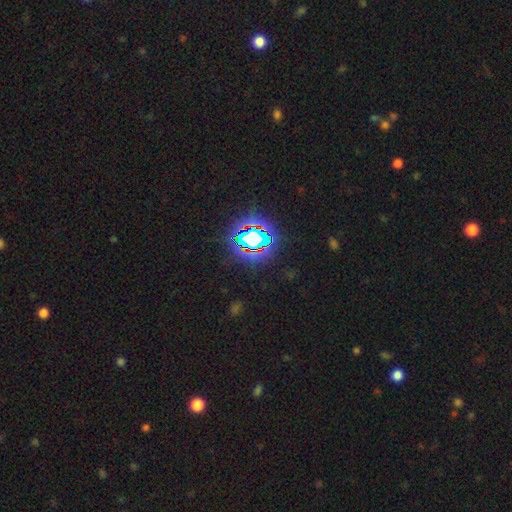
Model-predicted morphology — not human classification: Q: Smooth or featured?
A: star or artifact (82%); runner-up: smooth (11%)